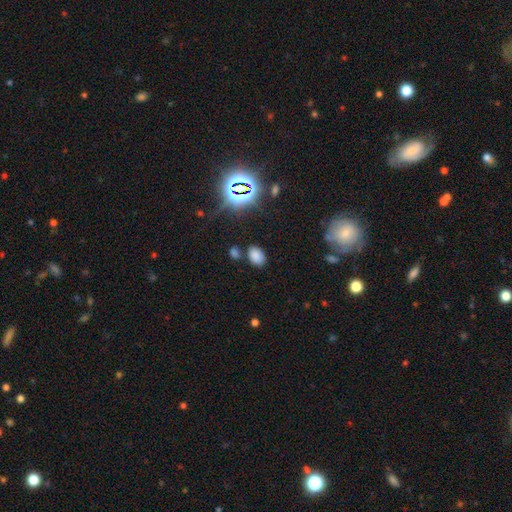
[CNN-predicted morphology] This is likely a smooth galaxy (76%). How rounded: clearly in between (85%). Merging: likely none (79%).